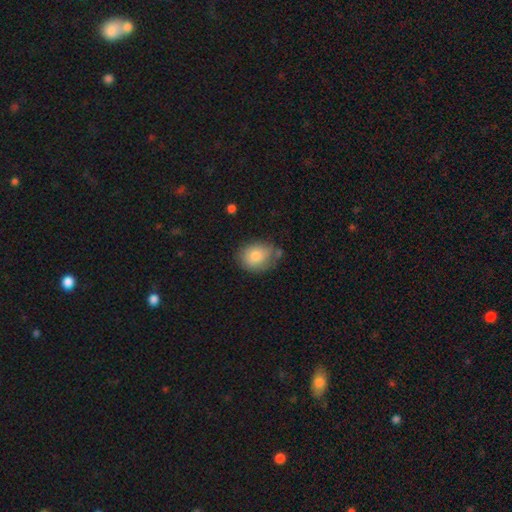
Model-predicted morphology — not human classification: The model was most divided on "how rounded": in between: 55%, round: 44%, cigar-shaped: 1%. More confident: smooth or featured — smooth (82%); merging — none (63%).